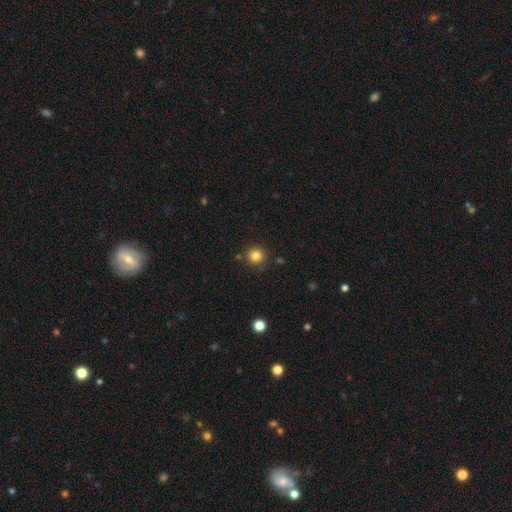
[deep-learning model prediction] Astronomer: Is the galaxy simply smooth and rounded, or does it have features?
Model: smooth — 83%.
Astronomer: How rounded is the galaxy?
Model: round — 93%.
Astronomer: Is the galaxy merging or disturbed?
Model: none — 86%.